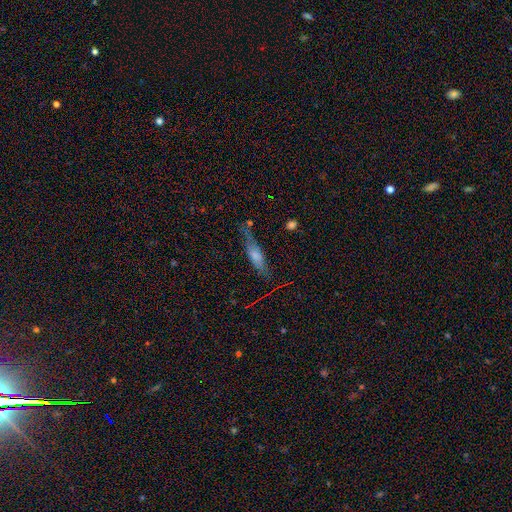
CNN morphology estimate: type=smooth (56%); roundness=cigar-shaped (62%); merging=none (61%).